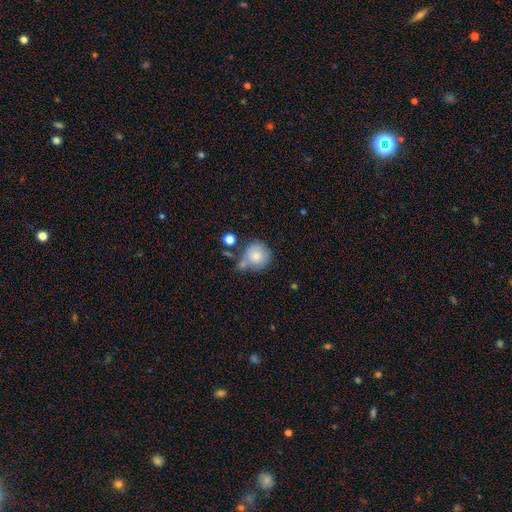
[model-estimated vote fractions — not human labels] Smooth or featured? smooth (79%)
How rounded? round (88%)
Merging? none (50%)